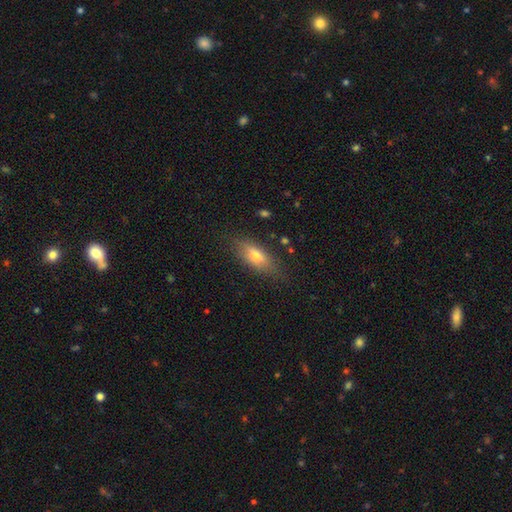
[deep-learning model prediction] Overall: smooth (67%). How rounded: in between (68%; cigar-shaped 28%). Merging: none (79%).